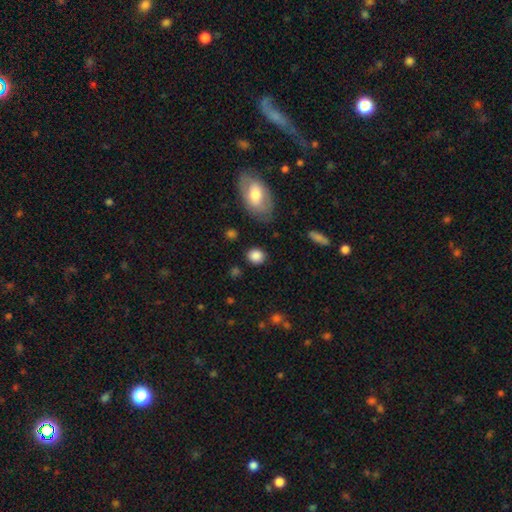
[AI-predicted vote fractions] Morphology: type=smooth (86%); roundness=round (70%); merging=none (82%).